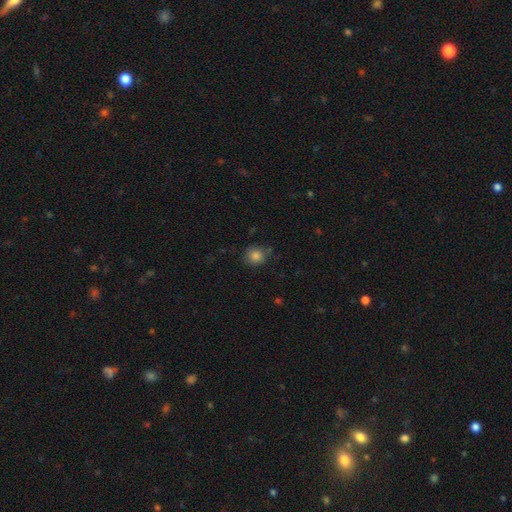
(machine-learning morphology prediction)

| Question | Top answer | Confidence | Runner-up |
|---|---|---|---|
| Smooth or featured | smooth | 83% | star or artifact (11%) |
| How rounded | round | 87% | in between (12%) |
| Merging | none | 79% | minor disturbance (15%) |